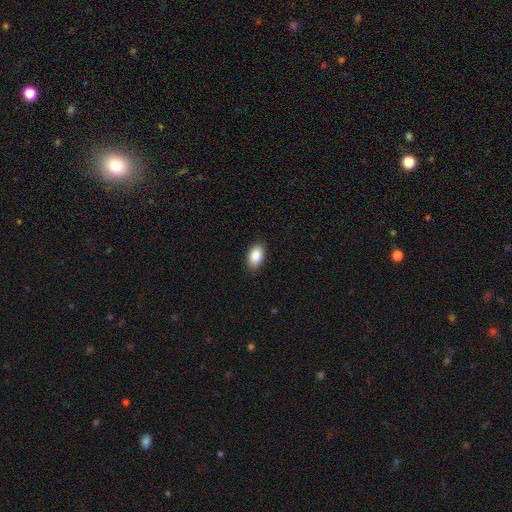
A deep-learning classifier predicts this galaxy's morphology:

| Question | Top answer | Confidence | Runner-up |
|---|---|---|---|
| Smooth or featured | smooth | 88% | star or artifact (7%) |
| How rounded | in between | 91% | round (7%) |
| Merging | none | 87% | minor disturbance (10%) |